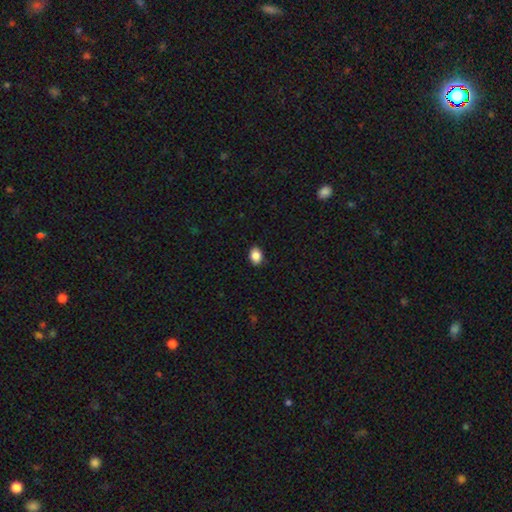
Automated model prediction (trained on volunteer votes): The model was most divided on "how rounded": in between: 73%, round: 26%, cigar-shaped: 1%. More confident: merging — none (89%); smooth or featured — smooth (88%).